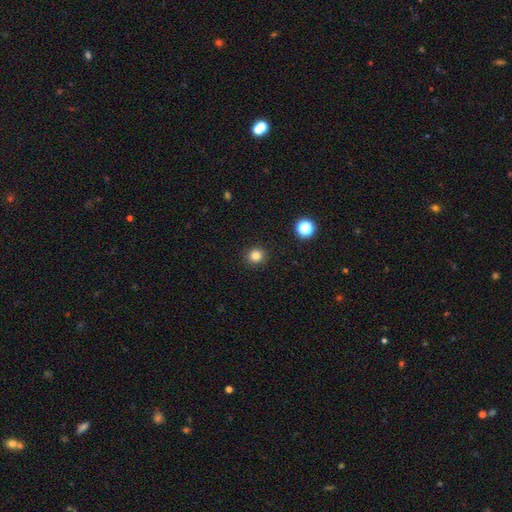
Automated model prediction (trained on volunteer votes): Overall: smooth (82%). How rounded: round (91%). Merging: none (92%).